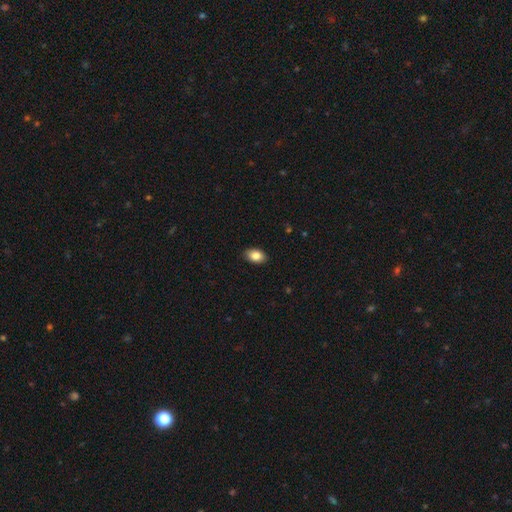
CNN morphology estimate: A smooth galaxy with no disk features (86%) that is in between round and cigar-shaped (89%).

Vote fractions:
- Smooth or featured? smooth: 86% / star or artifact: 8% / featured or disk: 7%
- How rounded? in between: 89% / round: 10% / cigar-shaped: 1%
- Merging? none: 89% / minor disturbance: 8% / major disturbance: 2% / merger: 1%